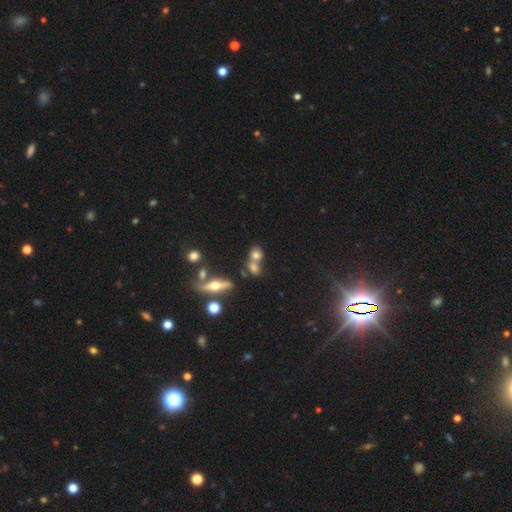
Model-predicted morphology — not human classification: type=smooth (66%); roundness=round (53%); merging=merger (45%).